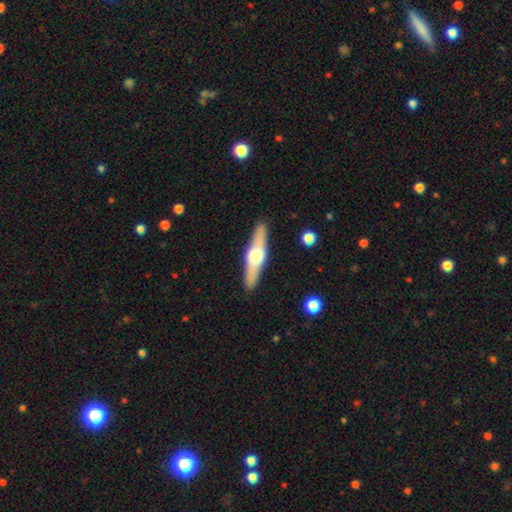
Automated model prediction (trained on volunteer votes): Overall: featured or disk (64%; smooth 31%). Edge-on disk: yes (95%). Edge-on bulge: rounded (95%). Merging: none (90%).